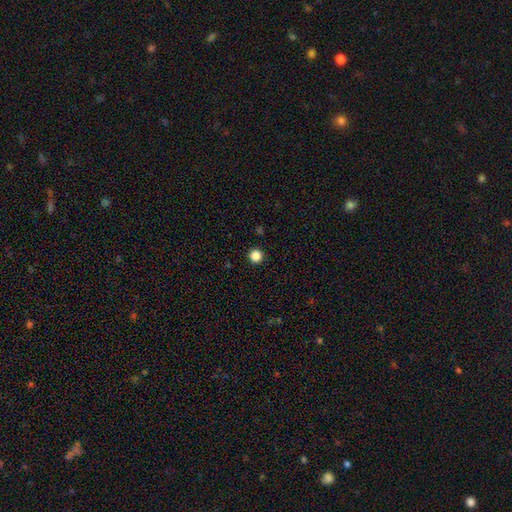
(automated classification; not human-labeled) This appears to be a smooth galaxy with no disk features (85%) that is round (96%). Merging: none (94%).